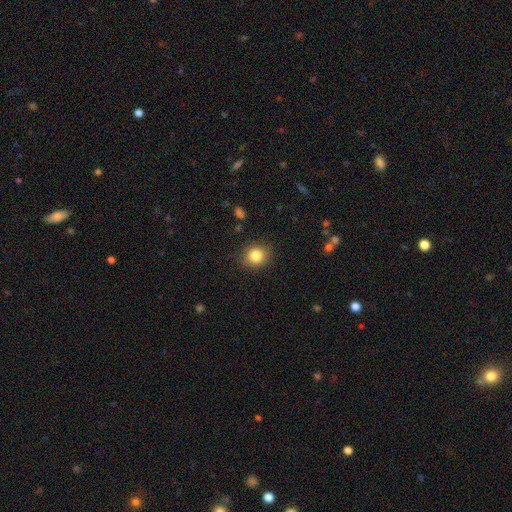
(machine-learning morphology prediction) type=smooth (84%); roundness=round (79%); merging=none (87%).